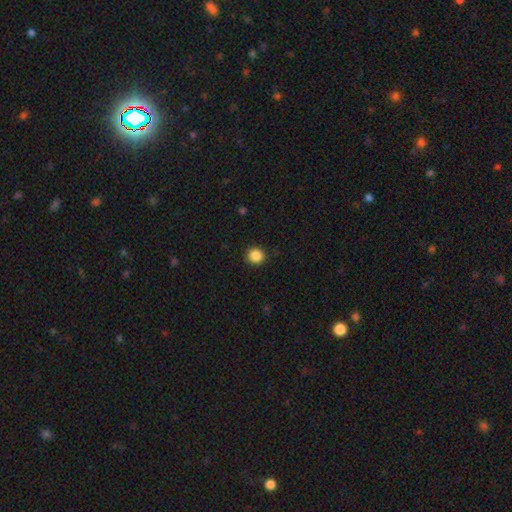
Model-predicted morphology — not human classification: Smooth or featured?
  - smooth: 87% *
  - star or artifact: 10%
  - featured or disk: 3%
How rounded?
  - round: 91% *
  - in between: 8%
  - cigar-shaped: 1%
Merging?
  - none: 91% *
  - minor disturbance: 6%
  - major disturbance: 2%
  - merger: 1%